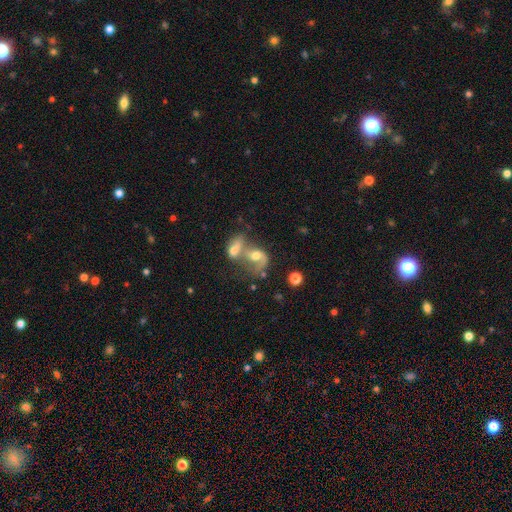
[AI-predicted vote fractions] The model was most divided on "bar": no: 60%, weak: 31%, strong: 9%. More confident: edge-on disk — no (96%); spiral arms — yes (76%); merging — merger (73%); bulge size — moderate (61%); smooth or featured — featured or disk (60%).